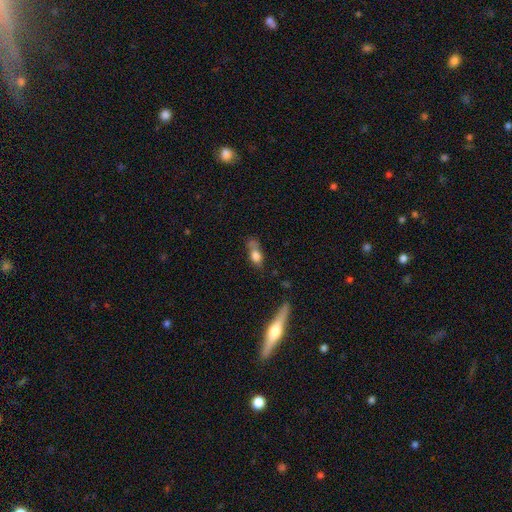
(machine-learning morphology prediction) A smooth galaxy with no disk features (70%) that is in between round and cigar-shaped (68%).

Vote fractions:
- Smooth or featured? smooth: 70% / featured or disk: 21% / star or artifact: 9%
- How rounded? in between: 68% / cigar-shaped: 21% / round: 11%
- Merging? none: 40% / minor disturbance: 27% / major disturbance: 18% / merger: 15%